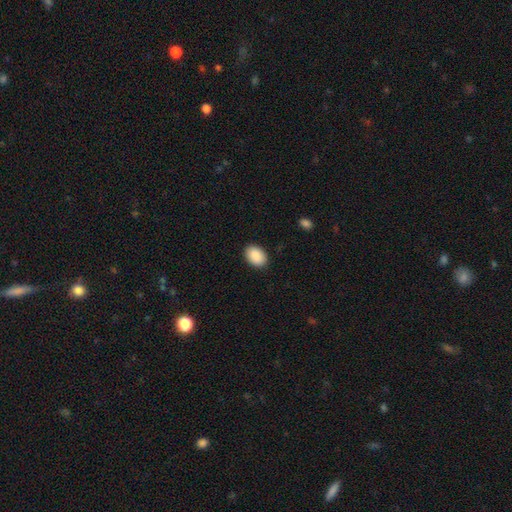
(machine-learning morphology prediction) Smooth or featured? smooth (90%)
How rounded? in between (85%)
Merging? none (90%)